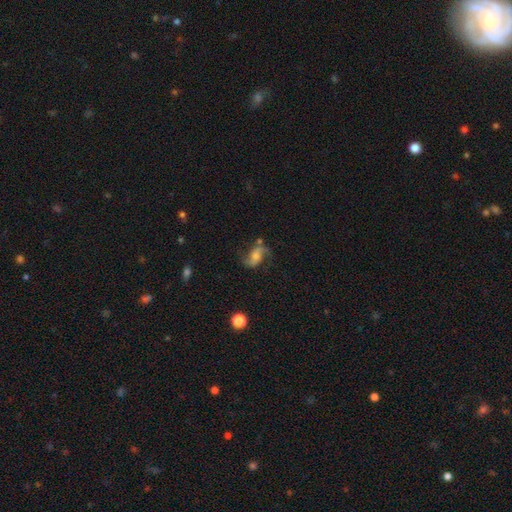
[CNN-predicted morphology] smooth-or-featured: featured or disk: 78% | smooth: 13% | star or artifact: 9%
  disk-edge-on: no: 97% | yes: 3%
    bar: no: 51% | weak: 37% | strong: 13%
    has-spiral-arms: yes: 95% | no: 5%
      spiral-winding: loose: 62% | medium: 30% | tight: 7%
      spiral-arm-count: 2: 91% | can't tell: 3% | 1: 3% | 3: 1% | 4: 1% | more than 4: 1%
    bulge-size: moderate: 42% | small: 34% | none: 11% | large: 10% | dominant: 2%
  merging: none: 67% | minor disturbance: 18% | major disturbance: 12% | merger: 4%